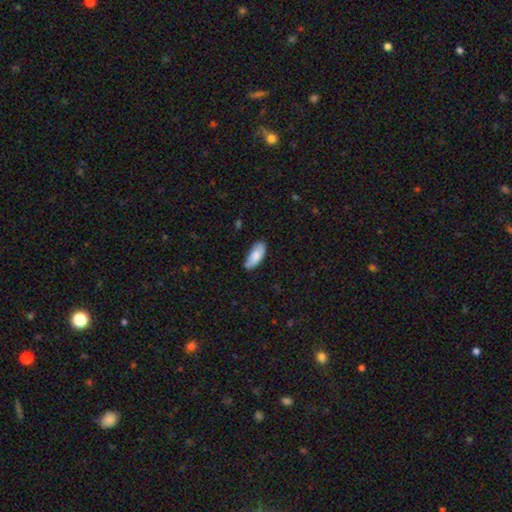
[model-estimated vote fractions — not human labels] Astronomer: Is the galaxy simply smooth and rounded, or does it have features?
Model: smooth — 82%.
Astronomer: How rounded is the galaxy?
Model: in between — 84%.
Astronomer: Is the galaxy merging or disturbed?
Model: none — 71%.